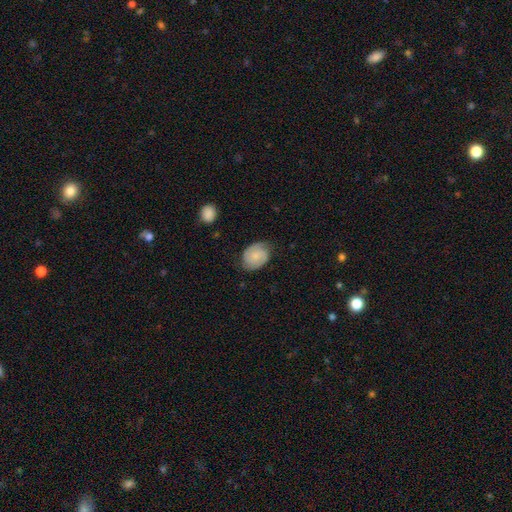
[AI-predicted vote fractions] Smooth or featured: featured or disk — 52% (smooth — 41%)
Edge-on disk: no — 97% (yes — 3%)
Bar: no — 68% (weak — 28%)
Spiral arms: yes — 91% (no — 9%)
Bulge size: small — 52% (moderate — 26%)
Merging: none — 70% (minor disturbance — 22%)